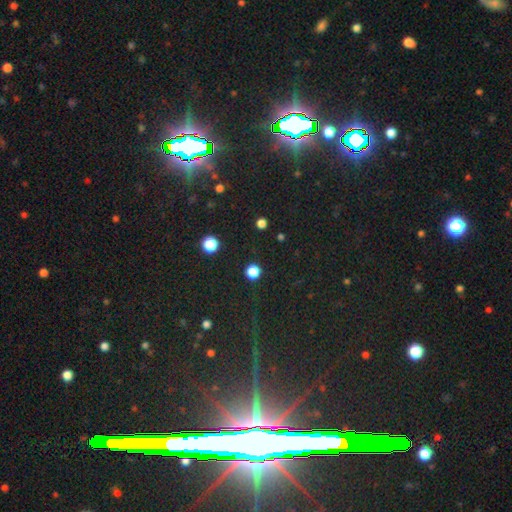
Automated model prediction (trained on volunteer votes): Q: Smooth or featured?
A: star or artifact (81%); runner-up: smooth (11%)